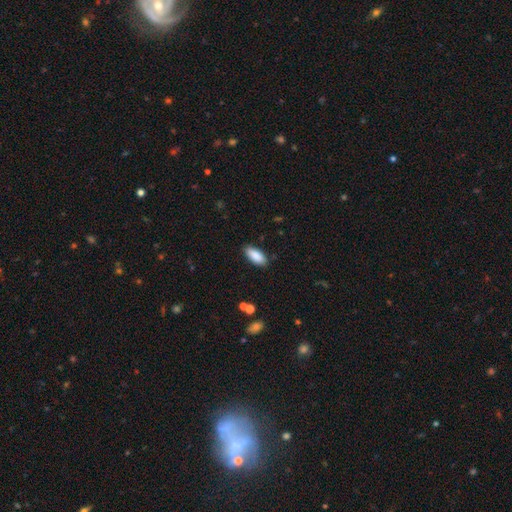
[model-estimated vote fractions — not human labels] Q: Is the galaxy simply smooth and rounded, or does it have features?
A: smooth — 89%.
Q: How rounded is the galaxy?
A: in between — 87%.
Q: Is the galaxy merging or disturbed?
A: none — 86%.